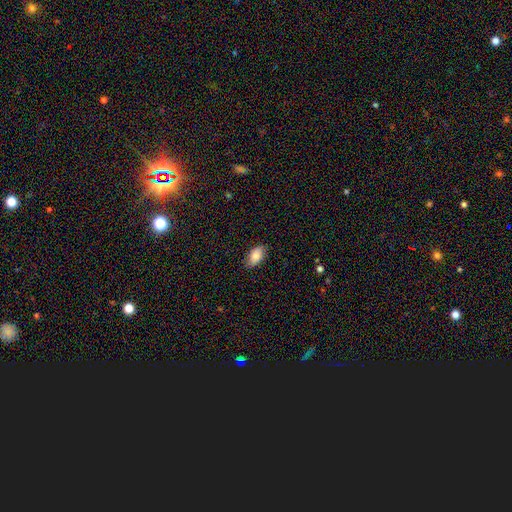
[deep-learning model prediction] This is clearly a smooth galaxy (80%). How rounded: clearly in between (93%). Merging: clearly none (83%).